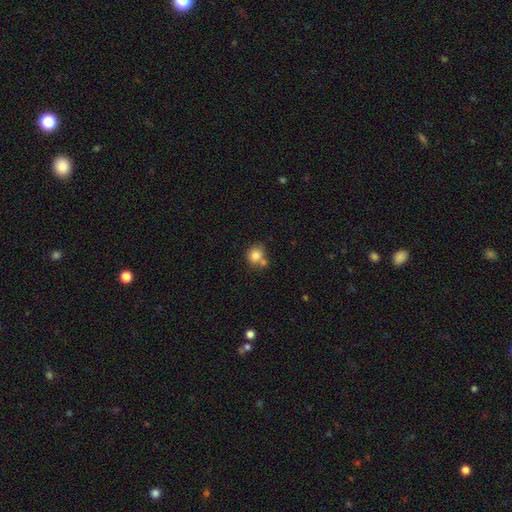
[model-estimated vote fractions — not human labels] Q: Smooth or featured?
A: smooth (83%); runner-up: star or artifact (10%)
Q: How rounded?
A: round (81%); runner-up: in between (18%)
Q: Merging?
A: none (55%); runner-up: merger (27%)